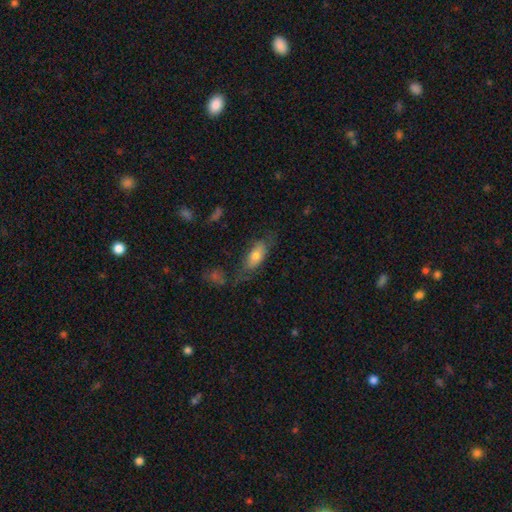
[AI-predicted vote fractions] This is likely a smooth galaxy (70%). How rounded: likely in between (78%). Merging: possibly none (54%).